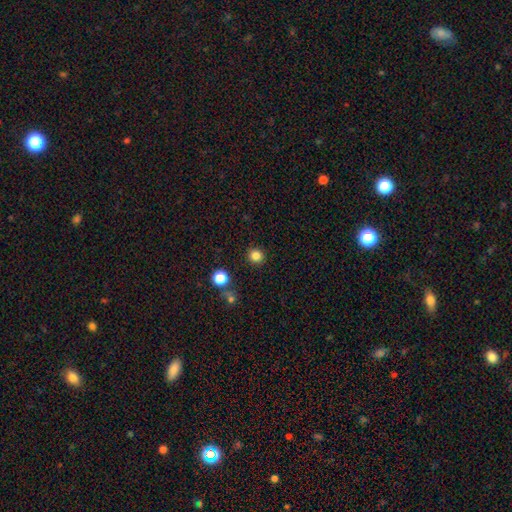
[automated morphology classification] Smooth or featured: smooth — 83% (star or artifact — 13%)
How rounded: round — 94% (in between — 5%)
Merging: none — 91% (minor disturbance — 5%)